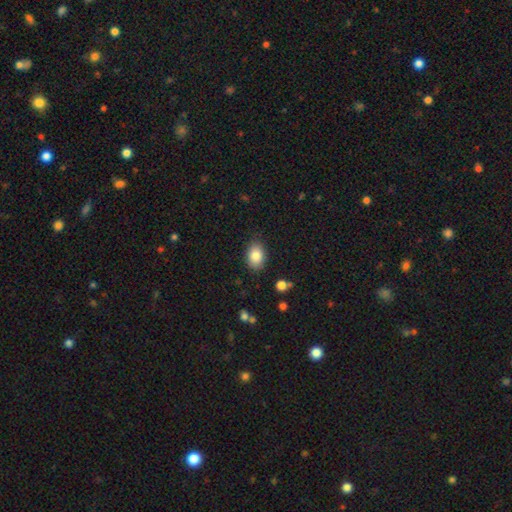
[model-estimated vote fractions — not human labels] The model was most divided on "how rounded": in between: 82%, round: 17%, cigar-shaped: 1%. More confident: smooth or featured — smooth (85%); merging — none (84%).